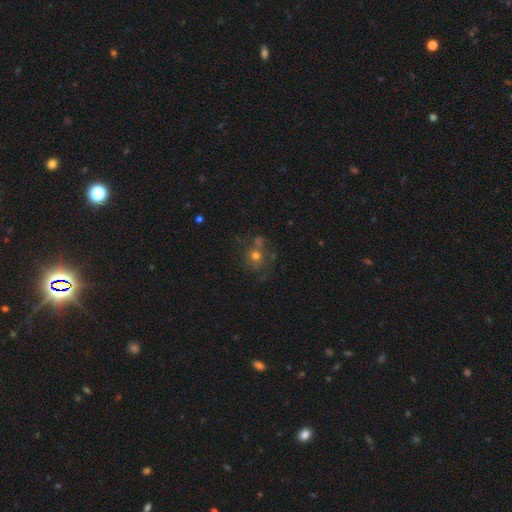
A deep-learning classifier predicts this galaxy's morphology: smooth 62%, featured or disk 19%, star or artifact 18%. Down the decision tree: how rounded — round (83%); merging — none (57%).